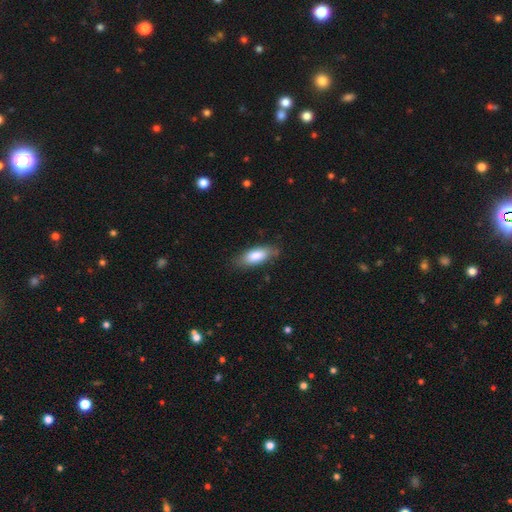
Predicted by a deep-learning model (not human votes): Overall: smooth (81%). How rounded: in between (77%). Merging: none (79%).